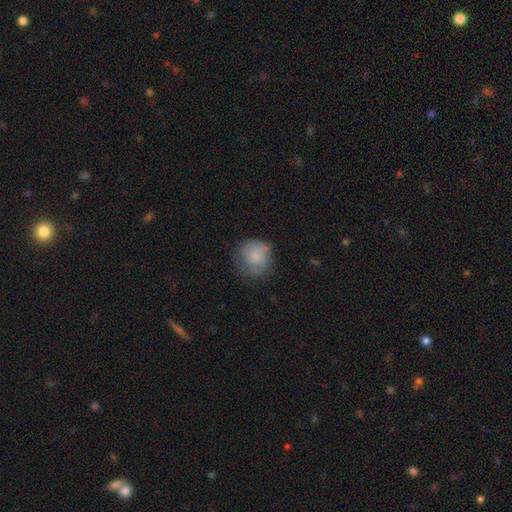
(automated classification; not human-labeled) smooth 75%, featured or disk 17%, star or artifact 8%. Down the decision tree: how rounded — round (82%); merging — none (56%).